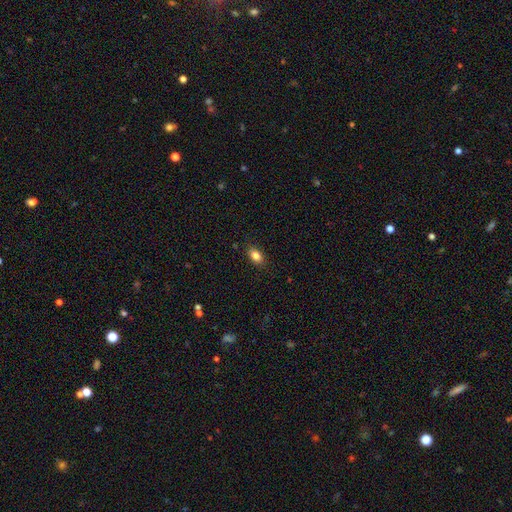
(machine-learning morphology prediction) A smooth galaxy with no disk features (85%) that is in between round and cigar-shaped (86%). Merging: none (86%).